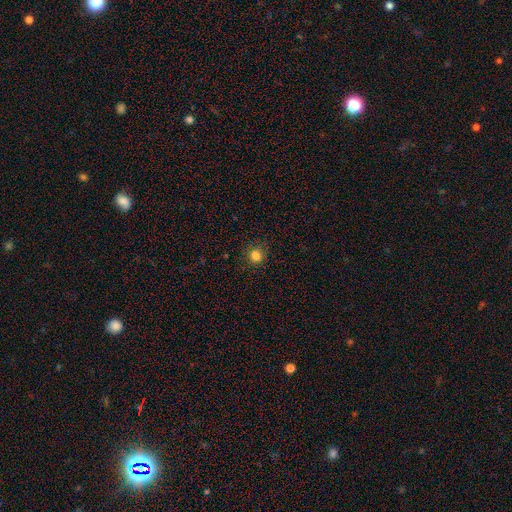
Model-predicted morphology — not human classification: Smooth or featured? smooth (82%)
How rounded? round (90%)
Merging? none (89%)